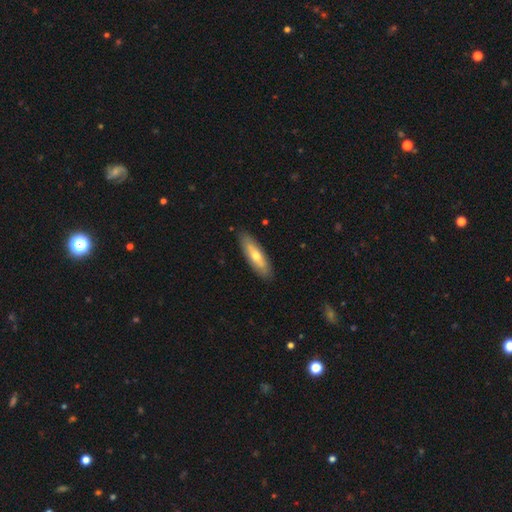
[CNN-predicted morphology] Overall: smooth (57%; featured or disk 37%). How rounded: cigar-shaped (55%; in between 43%). Merging: none (88%).